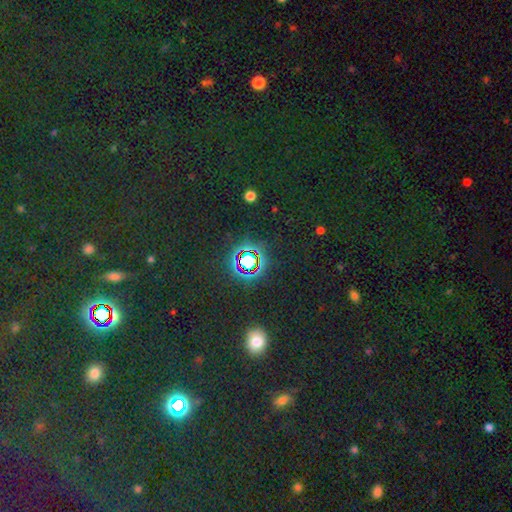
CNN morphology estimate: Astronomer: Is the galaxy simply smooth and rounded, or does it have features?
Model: star or artifact — 74%.